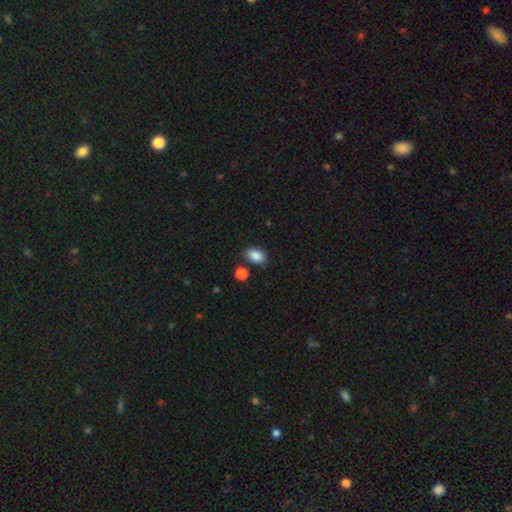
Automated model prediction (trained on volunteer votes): smooth 87%, star or artifact 9%, featured or disk 4%. Down the decision tree: how rounded — in between (81%); merging — none (77%).